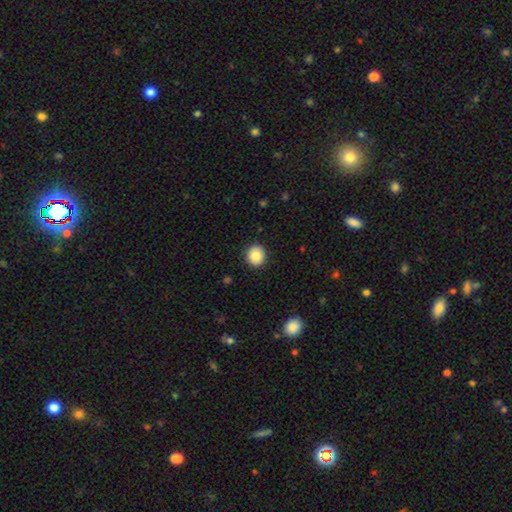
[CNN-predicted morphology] smooth 87%, star or artifact 9%, featured or disk 4%. Down the decision tree: how rounded — round (84%); merging — none (91%).